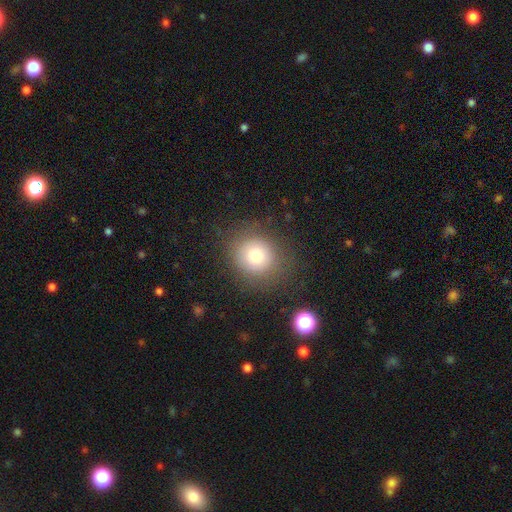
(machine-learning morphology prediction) Smooth or featured? smooth (75%)
How rounded? round (85%)
Merging? none (81%)